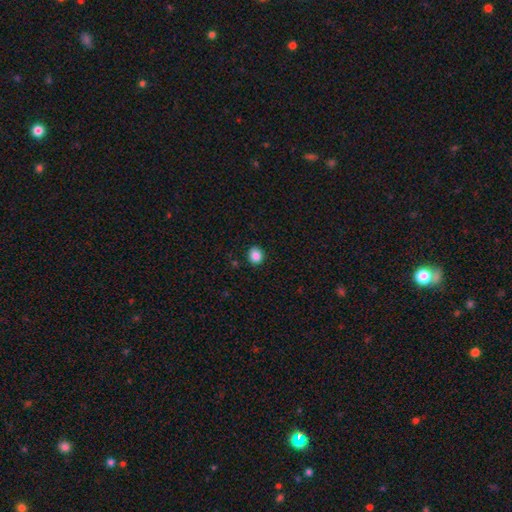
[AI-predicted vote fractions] smooth 87%, star or artifact 10%, featured or disk 3%. Down the decision tree: how rounded — round (74%); merging — none (89%).